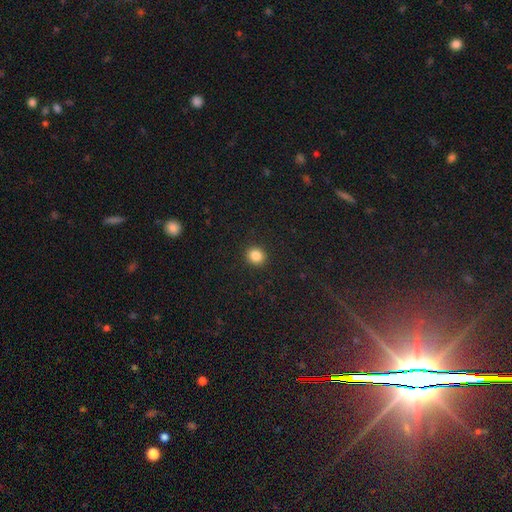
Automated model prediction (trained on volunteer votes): Smooth or featured? Predicted: smooth (p=0.85). How rounded? Predicted: round (p=0.82). Merging? Predicted: none (p=0.92).